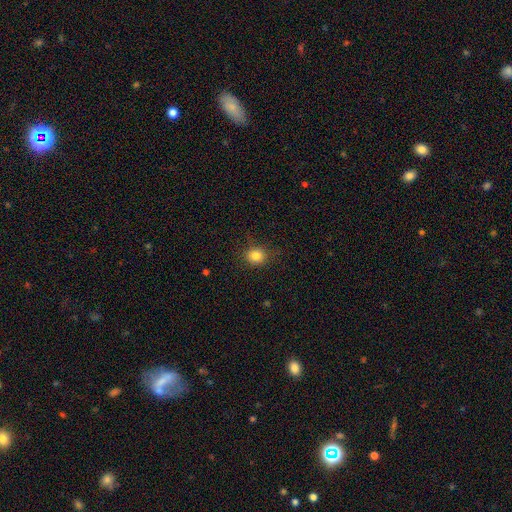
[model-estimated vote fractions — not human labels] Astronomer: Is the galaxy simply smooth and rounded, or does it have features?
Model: smooth — 83%.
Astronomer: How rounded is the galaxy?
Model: round — 77%.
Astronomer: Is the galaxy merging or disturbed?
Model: none — 82%.